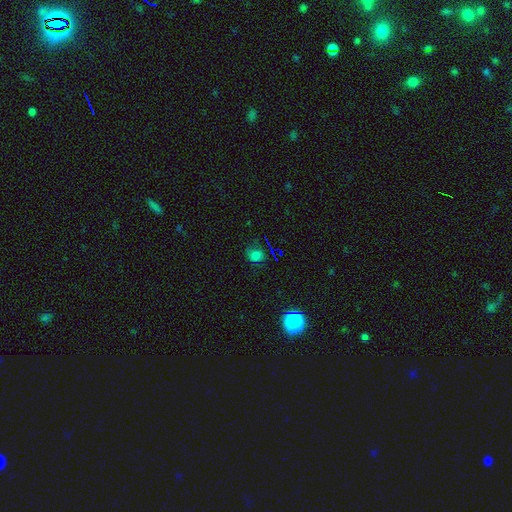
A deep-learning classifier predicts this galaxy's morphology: Smooth or featured?
  - smooth: 64% *
  - star or artifact: 26%
  - featured or disk: 10%
How rounded?
  - round: 75% *
  - in between: 23%
  - cigar-shaped: 1%
Merging?
  - none: 68% *
  - minor disturbance: 20%
  - major disturbance: 10%
  - merger: 2%